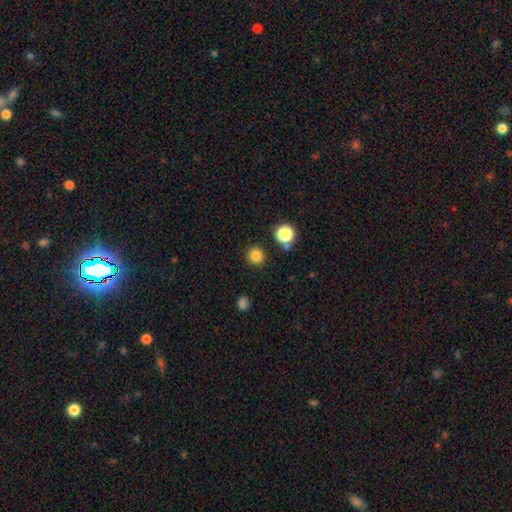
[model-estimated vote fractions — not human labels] A smooth galaxy with no disk features (83%) that is round (94%).

Vote fractions:
- Smooth or featured? smooth: 83% / star or artifact: 13% / featured or disk: 4%
- How rounded? round: 94% / in between: 5% / cigar-shaped: 1%
- Merging? none: 89% / minor disturbance: 6% / merger: 3% / major disturbance: 2%